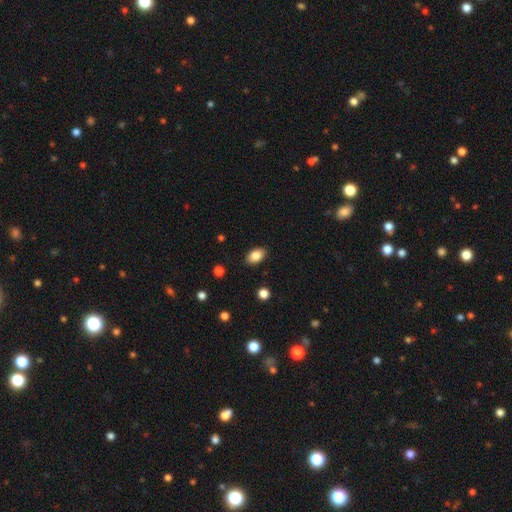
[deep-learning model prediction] Smooth or featured? Predicted: smooth (p=0.85). How rounded? Predicted: in between (p=0.89). Merging? Predicted: none (p=0.88).